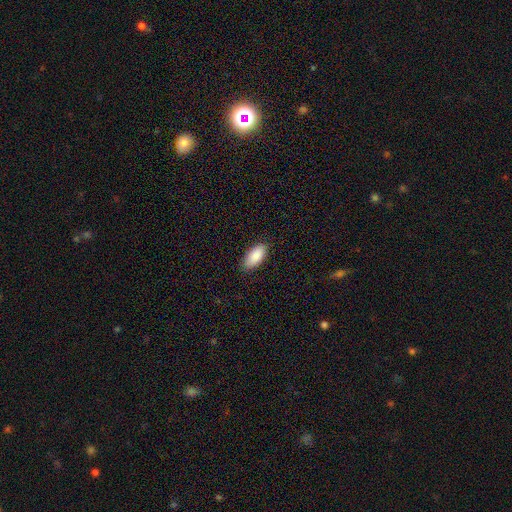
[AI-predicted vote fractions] Smooth or featured? Predicted: smooth (p=0.89). How rounded? Predicted: in between (p=0.92). Merging? Predicted: none (p=0.87).